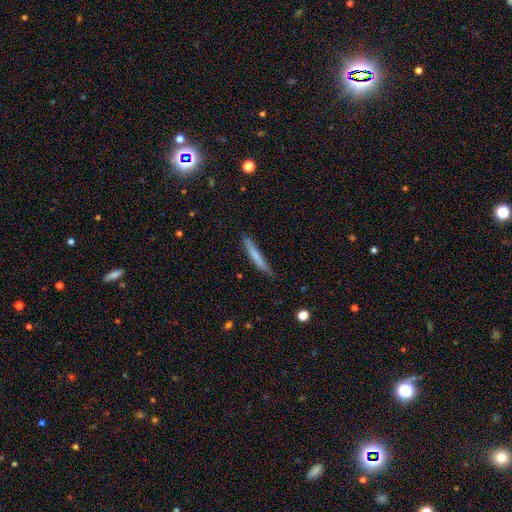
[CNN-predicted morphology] Smooth or featured?
  - smooth: 68% *
  - featured or disk: 26%
  - star or artifact: 6%
How rounded?
  - cigar-shaped: 96% *
  - in between: 3%
  - round: 1%
Merging?
  - none: 83% *
  - minor disturbance: 13%
  - major disturbance: 2%
  - merger: 1%